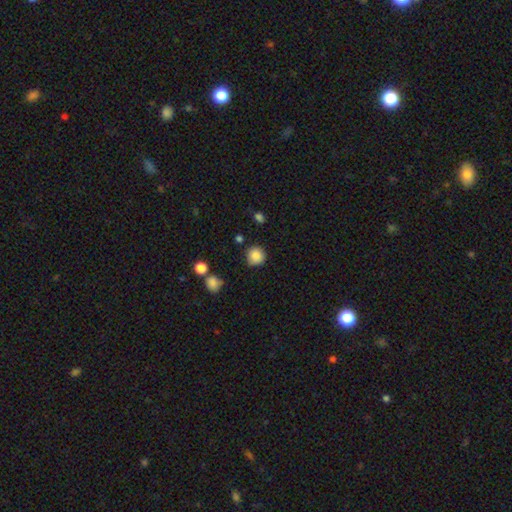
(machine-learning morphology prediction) smooth 86%, star or artifact 10%, featured or disk 4%. Down the decision tree: how rounded — round (93%); merging — none (84%).